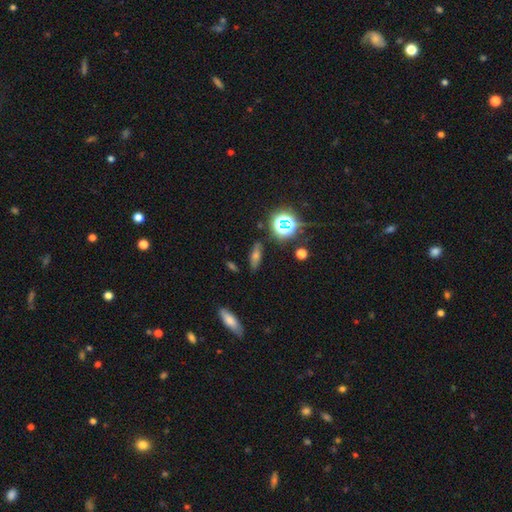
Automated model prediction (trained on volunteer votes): smooth_or_featured: smooth (p=0.43) [alt: star or artifact p=0.31]
merging: none (p=0.85) [alt: minor disturbance p=0.10]